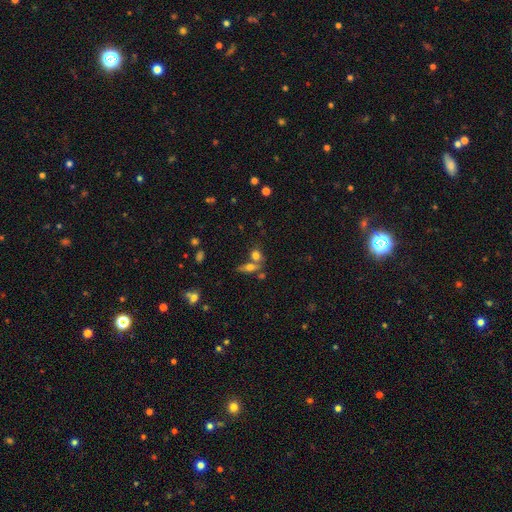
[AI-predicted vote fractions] Q: Smooth or featured?
A: smooth (69%); runner-up: featured or disk (17%)
Q: How rounded?
A: in between (49%); runner-up: round (44%)
Q: Merging?
A: merger (45%); runner-up: none (40%)